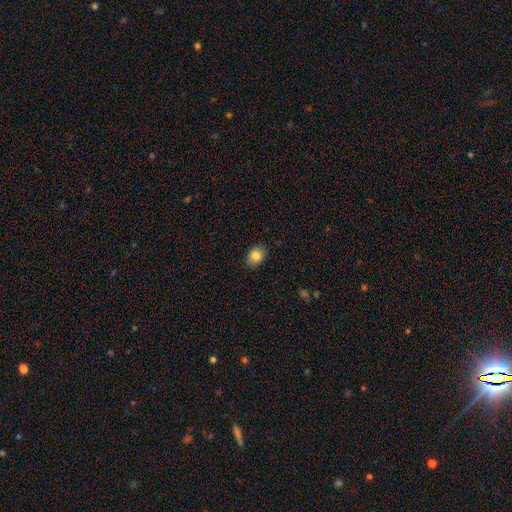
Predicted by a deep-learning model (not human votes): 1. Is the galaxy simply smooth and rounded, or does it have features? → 84% smooth, 9% star or artifact, 7% featured or disk.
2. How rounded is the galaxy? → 66% in between, 33% round, 1% cigar-shaped.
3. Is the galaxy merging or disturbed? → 87% none, 10% minor disturbance, 2% major disturbance, 1% merger.